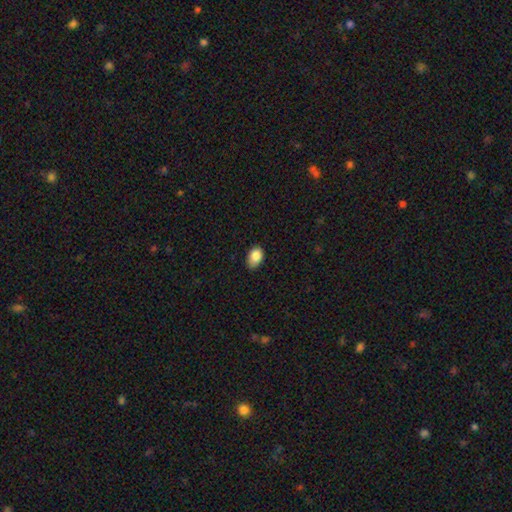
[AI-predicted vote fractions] This is clearly a smooth galaxy (85%). How rounded: clearly in between (85%). Merging: likely none (75%).